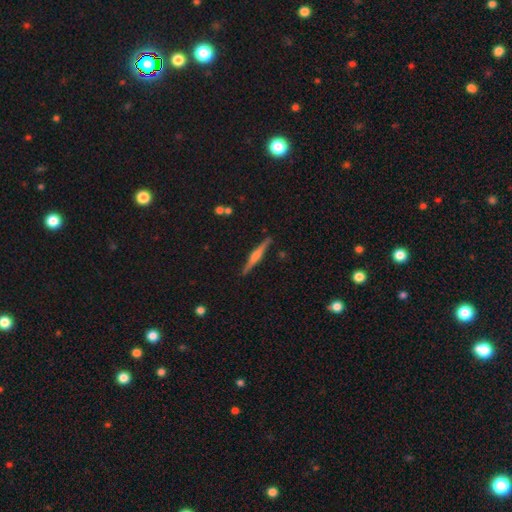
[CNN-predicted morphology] featured or disk 76%, smooth 19%, star or artifact 6%. Down the decision tree: edge-on disk — yes (98%); edge-on bulge — rounded (82%); merging — none (91%).